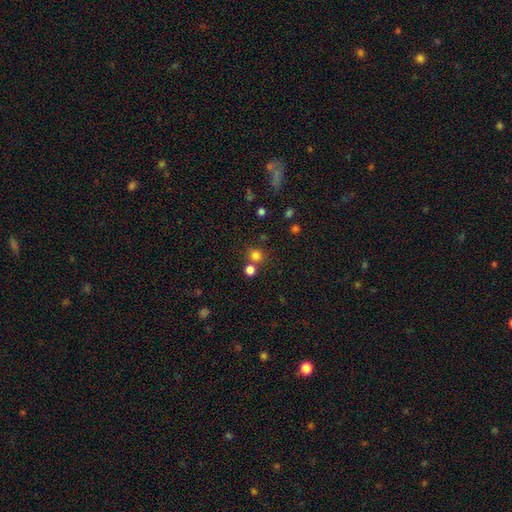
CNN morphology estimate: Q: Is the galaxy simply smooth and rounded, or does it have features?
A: smooth — 78%.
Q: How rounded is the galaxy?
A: round — 87%.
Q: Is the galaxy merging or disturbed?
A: none — 66%.